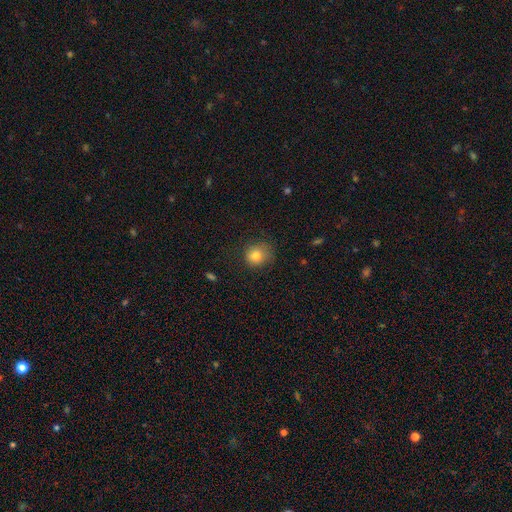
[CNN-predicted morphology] Smooth or featured?
  - smooth: 81% *
  - star or artifact: 11%
  - featured or disk: 8%
How rounded?
  - round: 80% *
  - in between: 20%
  - cigar-shaped: 1%
Merging?
  - none: 69% *
  - minor disturbance: 22%
  - major disturbance: 8%
  - merger: 1%